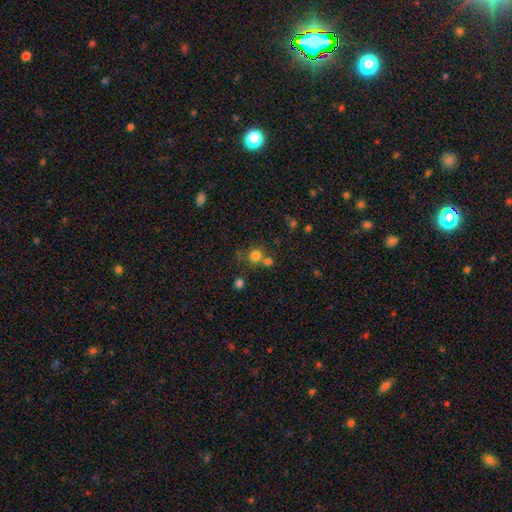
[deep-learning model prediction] This is likely a smooth galaxy (76%). How rounded: clearly round (87%). Merging: possibly none (55%).